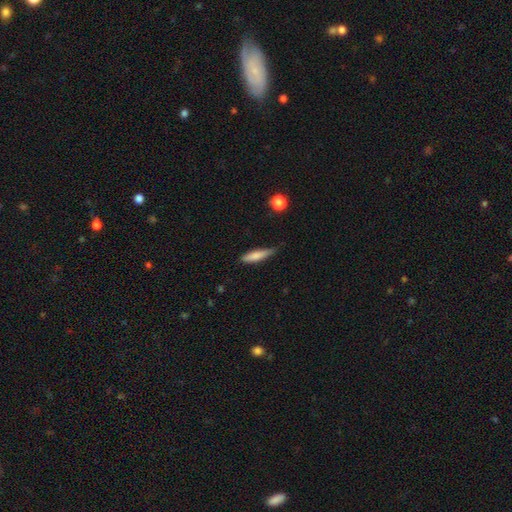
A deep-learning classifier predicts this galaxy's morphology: Smooth or featured: smooth — 76% (featured or disk — 17%)
How rounded: cigar-shaped — 76% (in between — 22%)
Merging: none — 67% (minor disturbance — 27%)